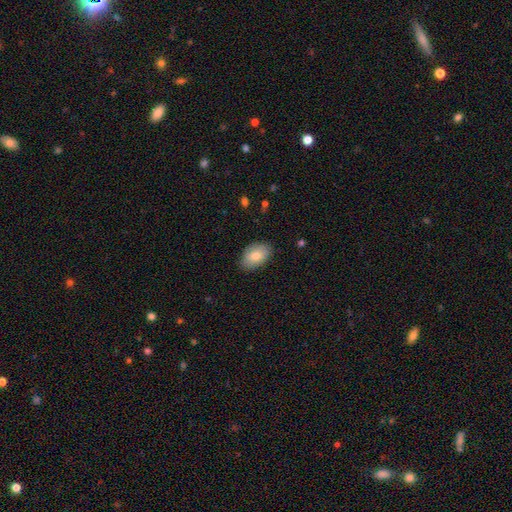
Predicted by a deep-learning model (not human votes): smooth_or_featured: smooth (p=0.79) [alt: featured or disk p=0.14]
how_rounded: in between (p=0.90) [alt: round p=0.09]
merging: none (p=0.85) [alt: minor disturbance p=0.12]